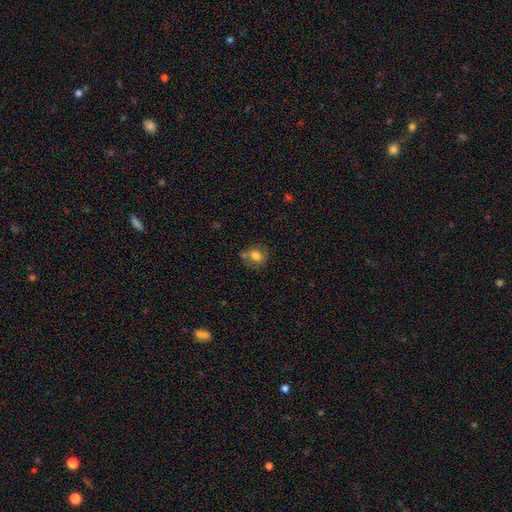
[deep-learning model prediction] smooth 75%, featured or disk 15%, star or artifact 10%. Down the decision tree: how rounded — round (56%); merging — none (51%).